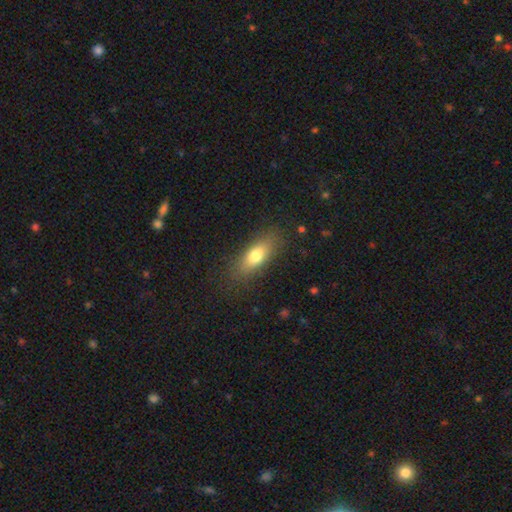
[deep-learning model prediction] smooth-or-featured: smooth: 73% | featured or disk: 20% | star or artifact: 8%
  how-rounded: in between: 70% | cigar-shaped: 26% | round: 4%
  merging: none: 82% | minor disturbance: 12% | major disturbance: 4% | merger: 1%